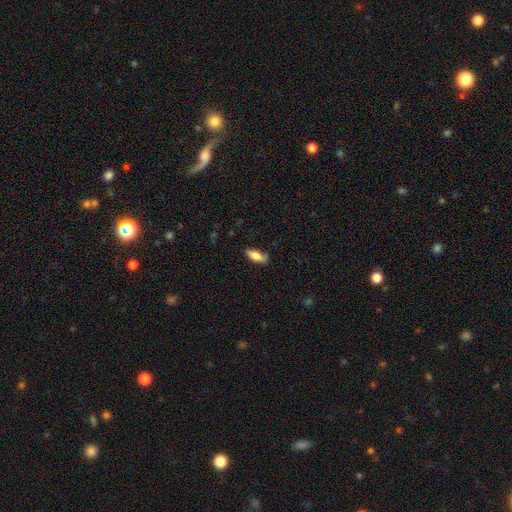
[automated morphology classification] A smooth galaxy with no disk features (77%) that is in between round and cigar-shaped (77%).

Vote fractions:
- Smooth or featured? smooth: 77% / featured or disk: 16% / star or artifact: 6%
- How rounded? in between: 77% / cigar-shaped: 21% / round: 2%
- Merging? none: 75% / minor disturbance: 20% / major disturbance: 4% / merger: 1%